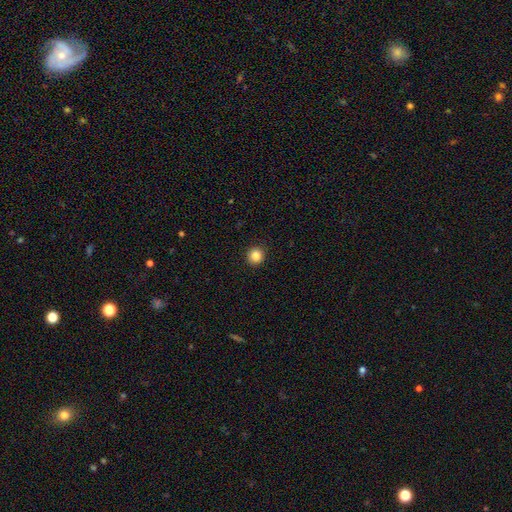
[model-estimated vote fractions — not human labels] Smooth or featured: smooth — 85% (star or artifact — 11%)
How rounded: round — 93% (in between — 6%)
Merging: none — 93% (minor disturbance — 5%)